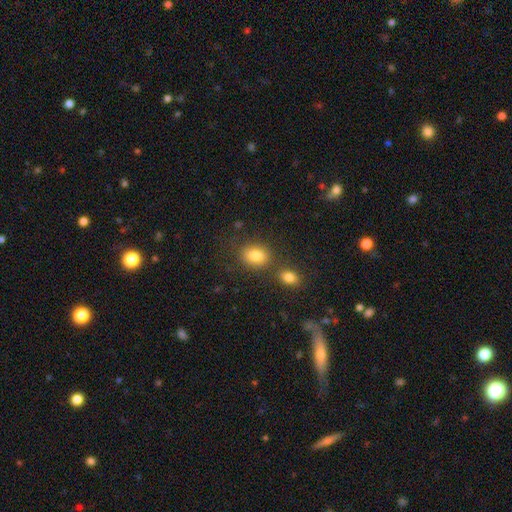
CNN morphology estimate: Smooth or featured?
  - smooth: 82% *
  - star or artifact: 10%
  - featured or disk: 8%
How rounded?
  - in between: 61% *
  - round: 38%
  - cigar-shaped: 1%
Merging?
  - none: 68% *
  - merger: 17%
  - minor disturbance: 12%
  - major disturbance: 4%